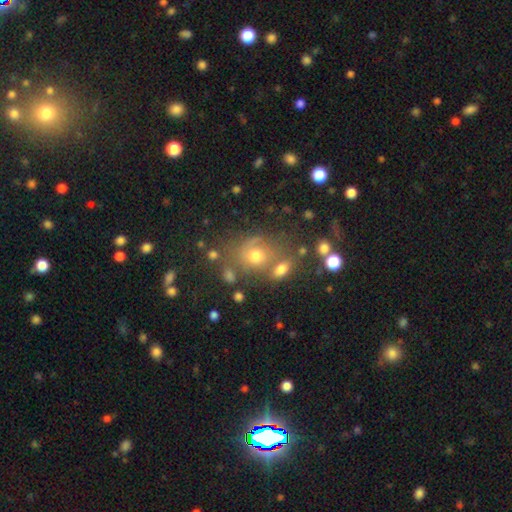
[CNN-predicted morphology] A smooth galaxy with no disk features (62%) that is round (64%). Merging: none (50%).